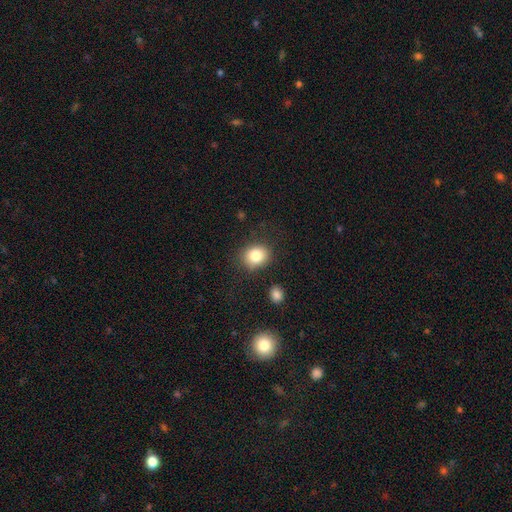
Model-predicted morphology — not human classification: smooth_or_featured: smooth (p=0.82) [alt: star or artifact p=0.10]
how_rounded: round (p=0.67) [alt: in between p=0.32]
merging: none (p=0.82) [alt: minor disturbance p=0.11]